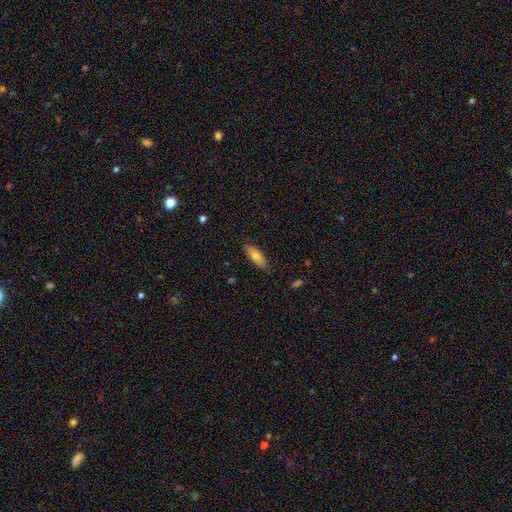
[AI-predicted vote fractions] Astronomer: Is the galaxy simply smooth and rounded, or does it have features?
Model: smooth — 71%.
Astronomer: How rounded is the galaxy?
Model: in between — 65%.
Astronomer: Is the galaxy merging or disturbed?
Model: none — 87%.